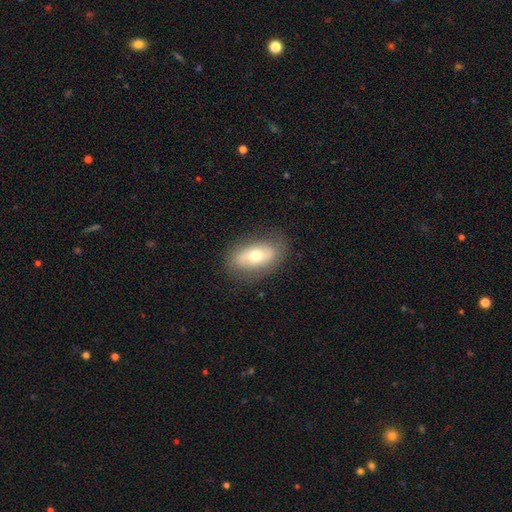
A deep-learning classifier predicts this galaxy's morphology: smooth 58%, featured or disk 35%, star or artifact 7%. Down the decision tree: how rounded — in between (88%); merging — none (81%).